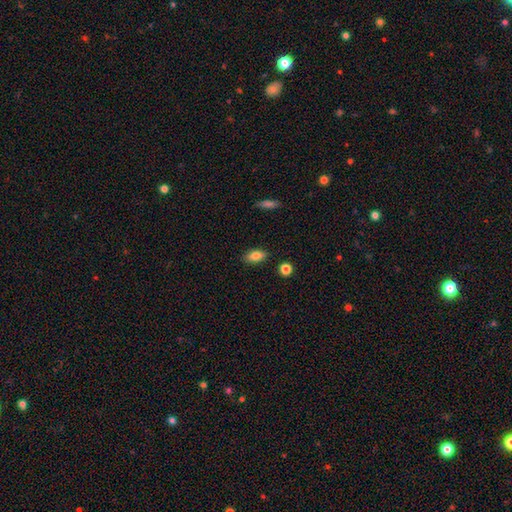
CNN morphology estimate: Smooth or featured?
  - smooth: 80% *
  - featured or disk: 11%
  - star or artifact: 8%
How rounded?
  - in between: 86% *
  - cigar-shaped: 8%
  - round: 6%
Merging?
  - none: 85% *
  - minor disturbance: 10%
  - major disturbance: 2%
  - merger: 2%